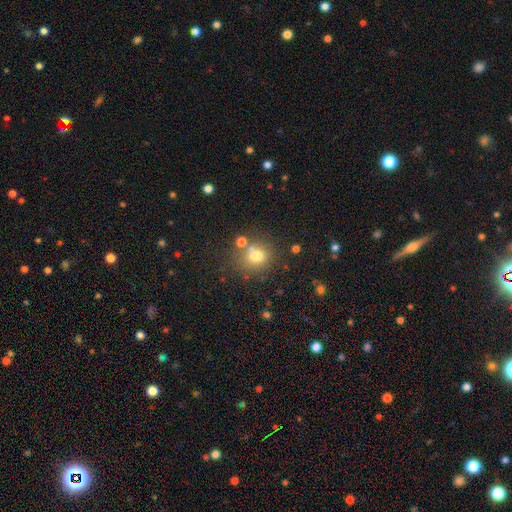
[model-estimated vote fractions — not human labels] Smooth or featured? smooth (68%)
How rounded? round (66%)
Merging? none (60%)